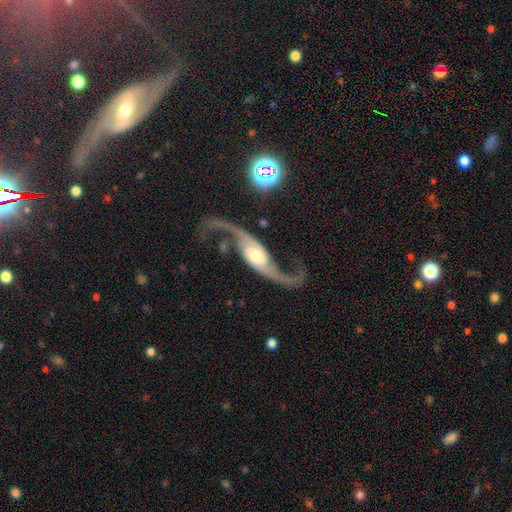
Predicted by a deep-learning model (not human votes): This appears to be a featured or disk galaxy (91%) with no bar (44%), 2 (94%) loose (88%) spiral arms (98%) and a moderate central bulge (54%). Merging: none (70%).